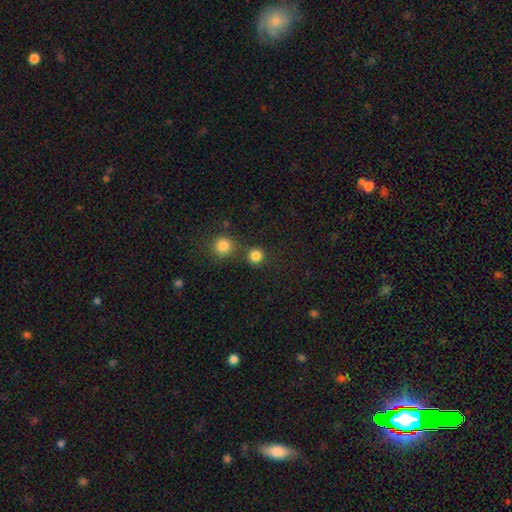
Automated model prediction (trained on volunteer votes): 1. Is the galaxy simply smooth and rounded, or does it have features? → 83% smooth, 13% star or artifact, 4% featured or disk.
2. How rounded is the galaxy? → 92% round, 7% in between, 1% cigar-shaped.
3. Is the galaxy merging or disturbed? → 75% none, 15% merger, 7% minor disturbance, 3% major disturbance.